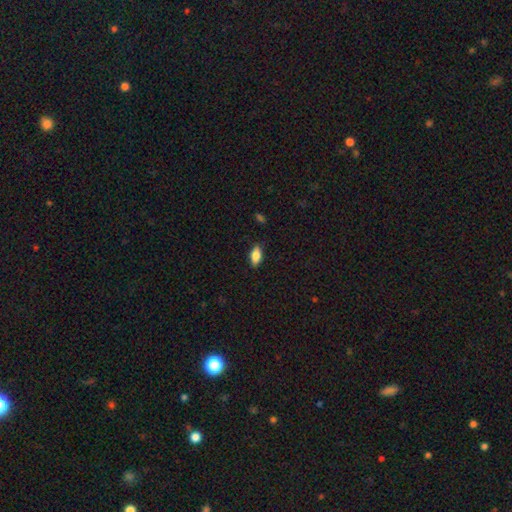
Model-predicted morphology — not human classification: A smooth galaxy with no disk features (80%) that is in between round and cigar-shaped (88%). Merging: none (85%).